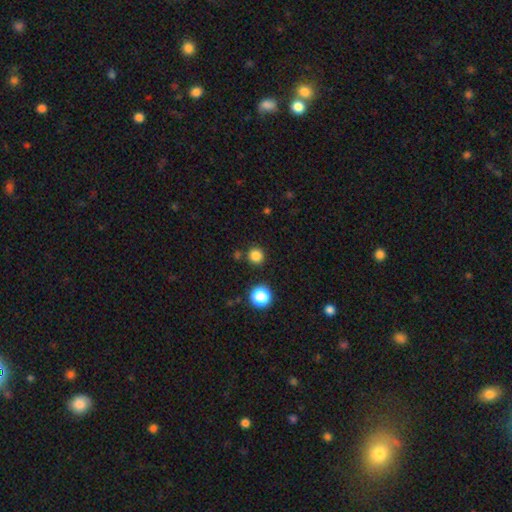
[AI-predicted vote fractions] Q: Smooth or featured?
A: smooth (82%); runner-up: star or artifact (15%)
Q: How rounded?
A: round (95%); runner-up: in between (4%)
Q: Merging?
A: none (87%); runner-up: minor disturbance (6%)